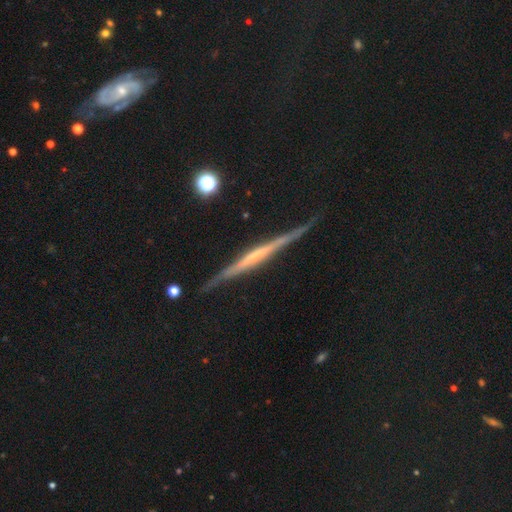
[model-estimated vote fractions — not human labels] featured or disk 80%, smooth 14%, star or artifact 6%. Down the decision tree: edge-on disk — yes (97%); edge-on bulge — none (61%); merging — none (84%).